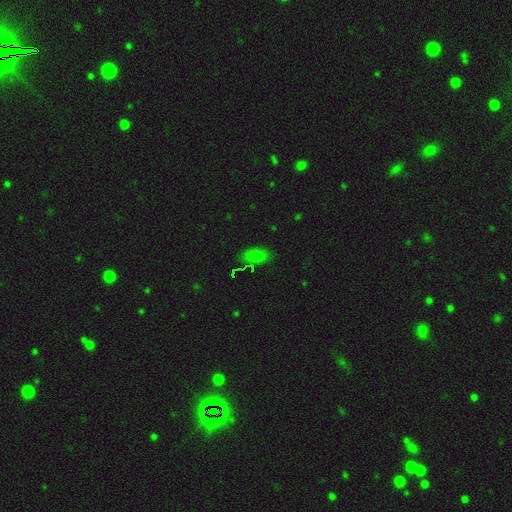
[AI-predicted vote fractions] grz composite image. It shows a smooth galaxy with no disk features (76%) that is in between round and cigar-shaped (90%). Merging: none (82%).